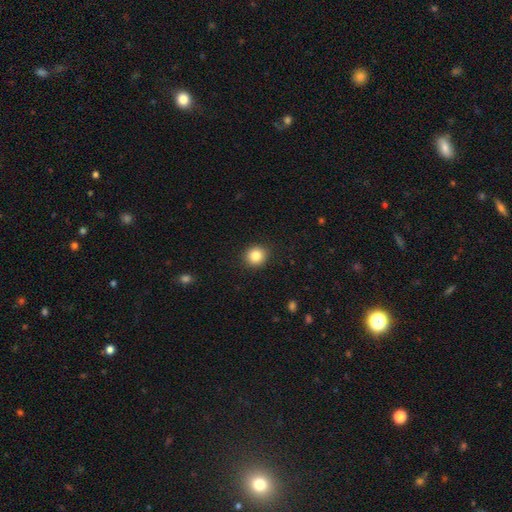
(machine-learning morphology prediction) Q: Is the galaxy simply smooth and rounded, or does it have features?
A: smooth — 85%.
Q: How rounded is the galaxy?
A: round — 87%.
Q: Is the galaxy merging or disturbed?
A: none — 91%.